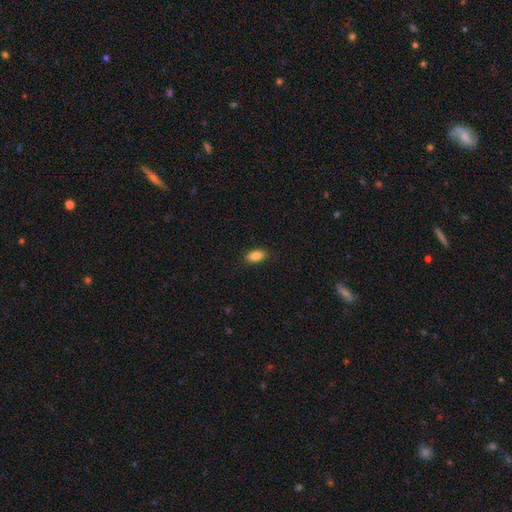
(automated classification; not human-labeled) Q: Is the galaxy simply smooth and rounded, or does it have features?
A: smooth — 87%.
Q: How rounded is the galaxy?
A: in between — 90%.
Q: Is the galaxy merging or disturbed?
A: none — 88%.